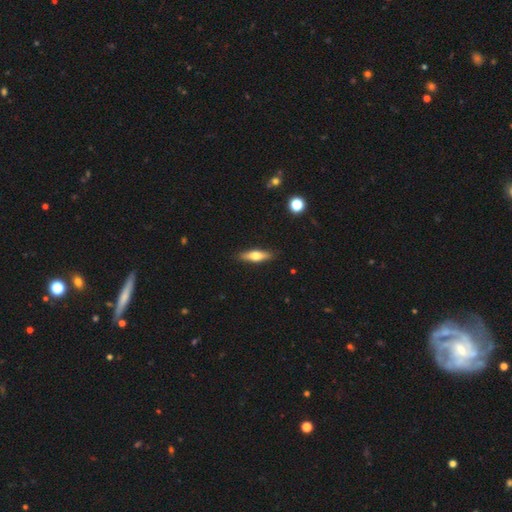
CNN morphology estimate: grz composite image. It shows a smooth galaxy with no disk features (55%) that is cigar-shaped (59%). Merging: none (88%).